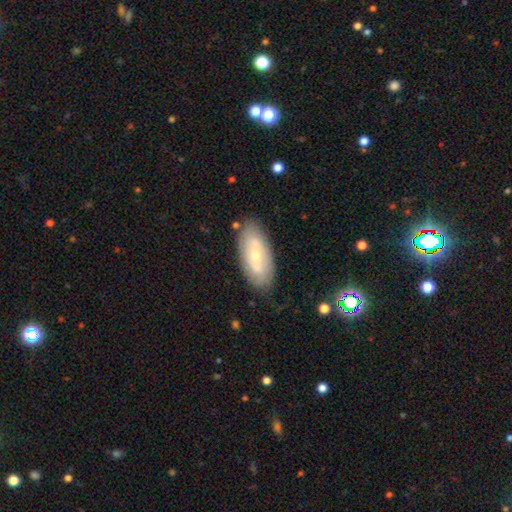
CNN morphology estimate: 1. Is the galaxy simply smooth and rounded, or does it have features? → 53% featured or disk, 40% smooth, 7% star or artifact.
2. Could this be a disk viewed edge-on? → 87% no, 13% yes.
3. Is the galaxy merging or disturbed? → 79% none, 15% minor disturbance, 3% major disturbance, 2% merger.